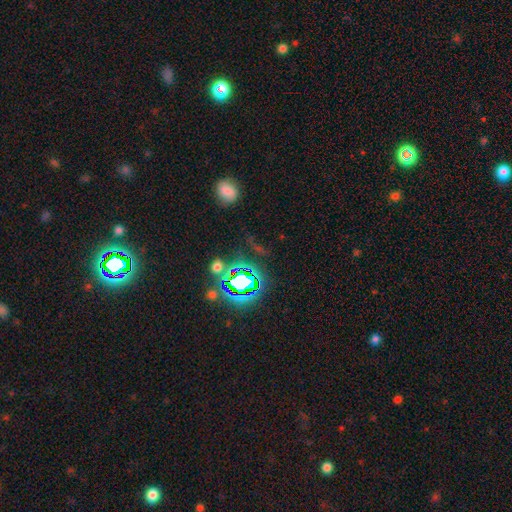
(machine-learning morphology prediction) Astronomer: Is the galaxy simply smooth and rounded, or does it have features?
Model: star or artifact — 77%.